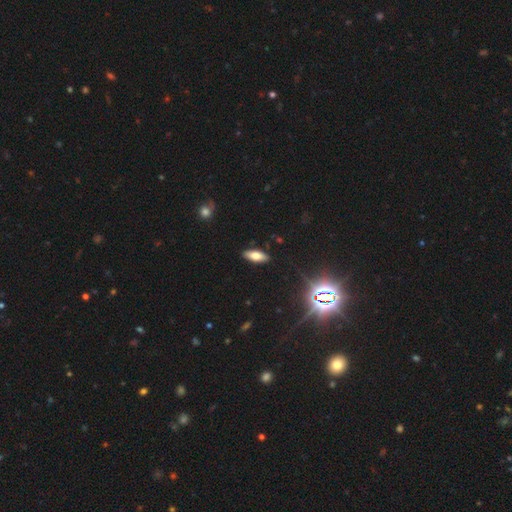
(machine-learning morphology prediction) smooth_or_featured: smooth (p=0.69) [alt: featured or disk p=0.21]
how_rounded: in between (p=0.73) [alt: cigar-shaped p=0.25]
merging: none (p=0.88) [alt: minor disturbance p=0.09]